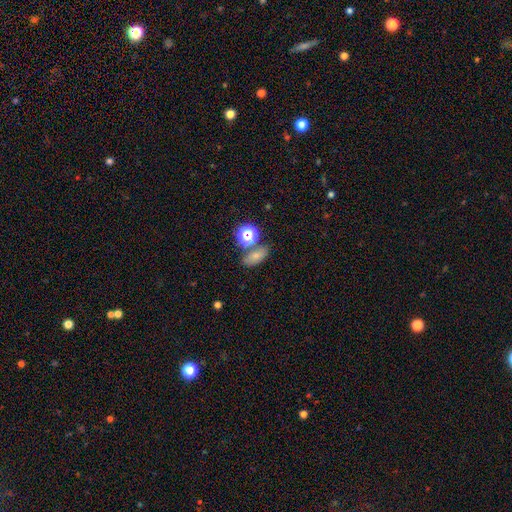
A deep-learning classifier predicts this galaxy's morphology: Smooth or featured? Predicted: smooth (p=0.66). How rounded? Predicted: in between (p=0.72). Merging? Predicted: none (p=0.65).